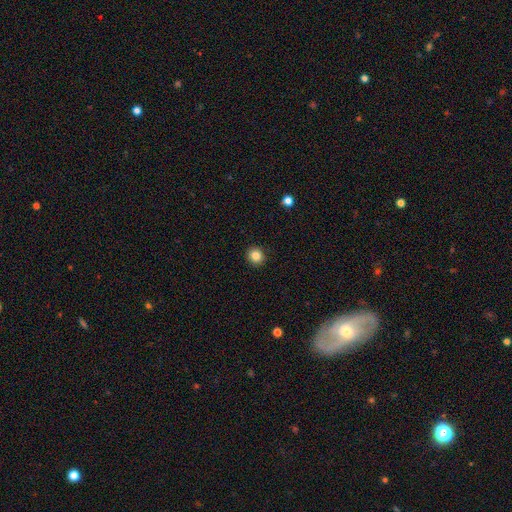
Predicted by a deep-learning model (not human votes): Overall: smooth (84%). How rounded: round (89%). Merging: none (92%).